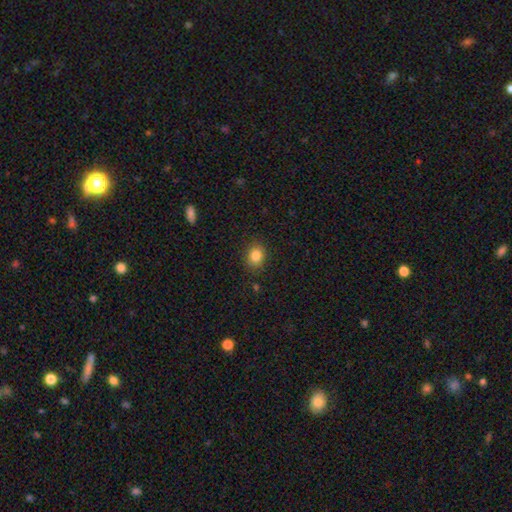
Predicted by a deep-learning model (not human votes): This appears to be a smooth galaxy with no disk features (83%) that is round (59%). Merging: none (88%).